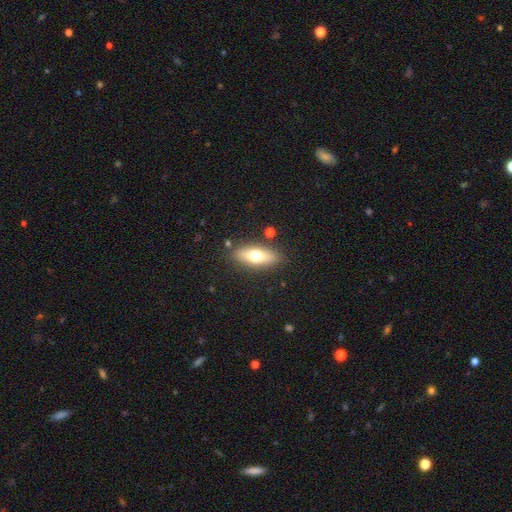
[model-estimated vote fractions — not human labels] Smooth or featured? Predicted: smooth (p=0.64). How rounded? Predicted: in between (p=0.66). Merging? Predicted: none (p=0.85).